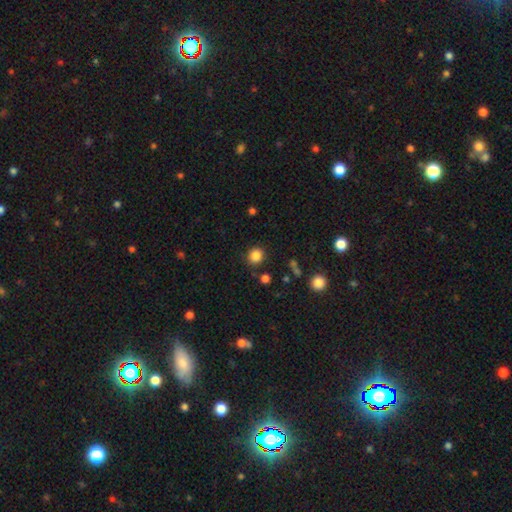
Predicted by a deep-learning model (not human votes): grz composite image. It shows a smooth galaxy with no disk features (85%) that is round (87%). Merging: none (84%).